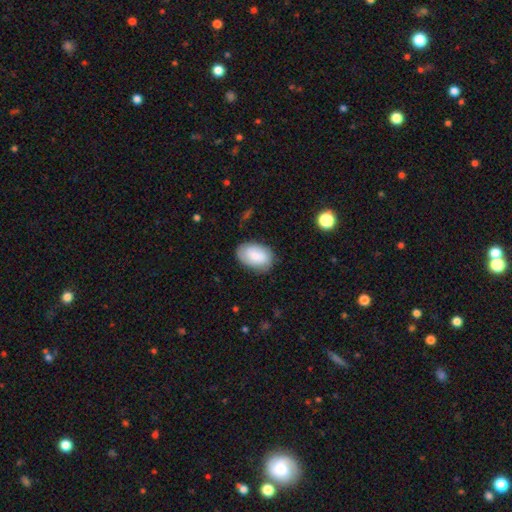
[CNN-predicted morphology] This appears to be a smooth galaxy with no disk features (68%) that is in between round and cigar-shaped (88%). Merging: none (77%).